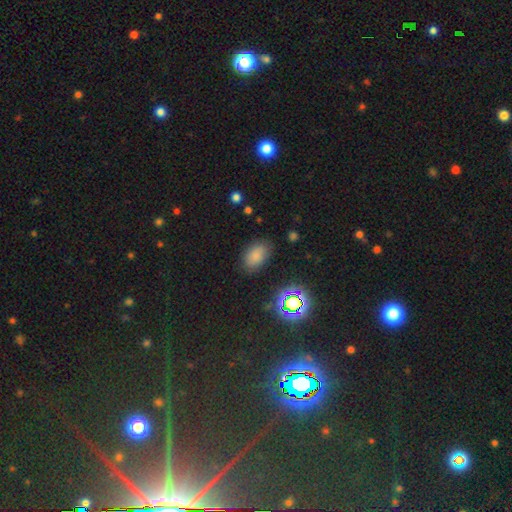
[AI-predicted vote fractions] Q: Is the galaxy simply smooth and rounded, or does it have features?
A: smooth — 78%.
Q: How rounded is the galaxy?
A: in between — 89%.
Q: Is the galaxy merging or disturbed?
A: none — 82%.